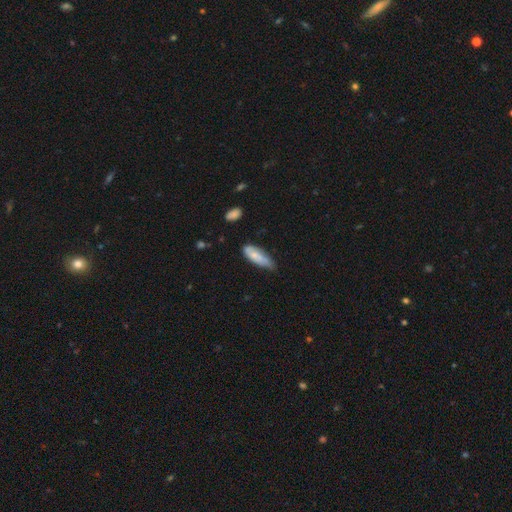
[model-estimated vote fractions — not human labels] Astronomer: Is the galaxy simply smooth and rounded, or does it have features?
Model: smooth — 70%.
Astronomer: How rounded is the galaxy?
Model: in between — 68%.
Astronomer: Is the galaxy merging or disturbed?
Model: none — 47% (runner-up: minor disturbance, 41%).